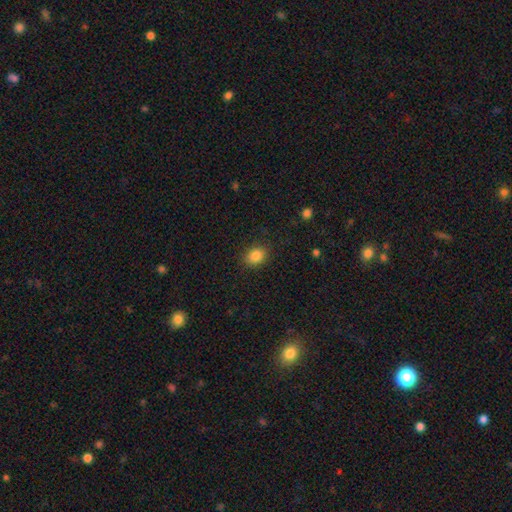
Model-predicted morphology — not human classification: A smooth galaxy with no disk features (85%) that is in between round and cigar-shaped (56%). Merging: none (86%).